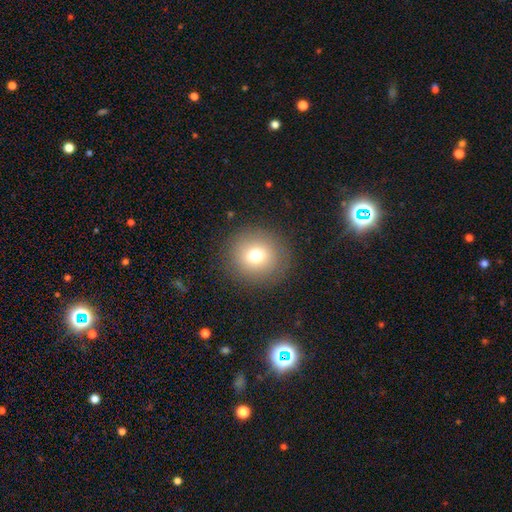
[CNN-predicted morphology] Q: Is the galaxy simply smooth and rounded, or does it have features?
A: smooth — 73%.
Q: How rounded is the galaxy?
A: round — 94%.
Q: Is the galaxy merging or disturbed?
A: none — 89%.